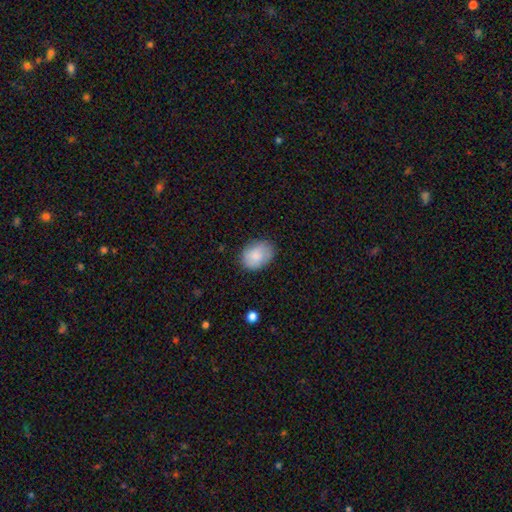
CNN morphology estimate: smooth-or-featured: smooth: 84% | featured or disk: 9% | star or artifact: 7%
  how-rounded: in between: 74% | round: 25% | cigar-shaped: 1%
  merging: none: 80% | minor disturbance: 16% | major disturbance: 3% | merger: 1%